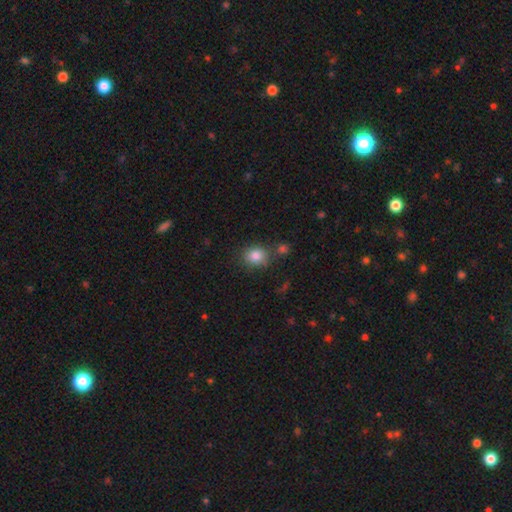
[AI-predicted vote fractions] Smooth or featured? smooth (83%)
How rounded? round (64%)
Merging? none (72%)